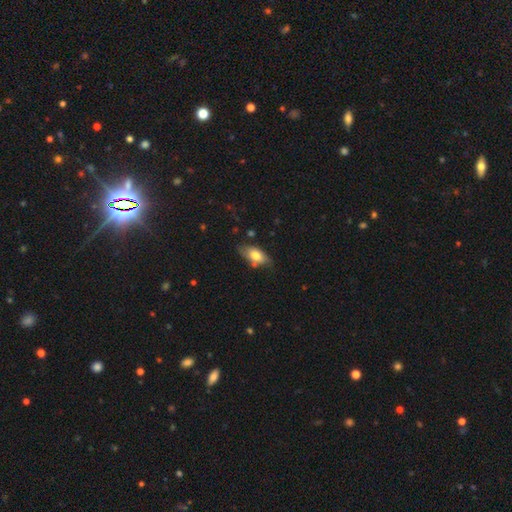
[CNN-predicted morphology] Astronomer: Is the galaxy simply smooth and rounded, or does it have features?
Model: smooth — 73%.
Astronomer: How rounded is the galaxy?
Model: in between — 89%.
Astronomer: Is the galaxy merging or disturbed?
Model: none — 67%.